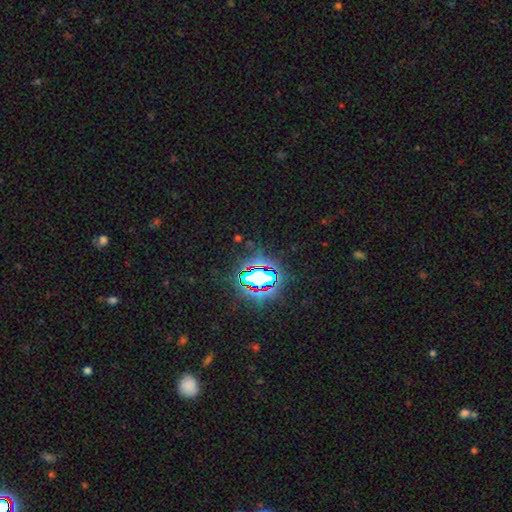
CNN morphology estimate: smooth_or_featured: star or artifact (p=0.81) [alt: smooth p=0.11]